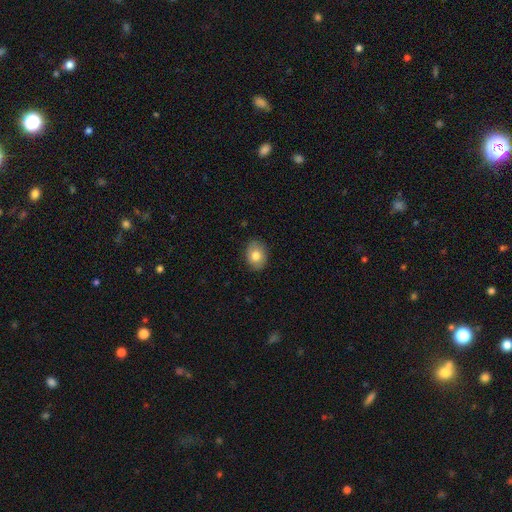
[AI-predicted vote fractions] Q: Smooth or featured?
A: smooth (79%); runner-up: featured or disk (13%)
Q: How rounded?
A: in between (61%); runner-up: round (38%)
Q: Merging?
A: none (85%); runner-up: minor disturbance (12%)